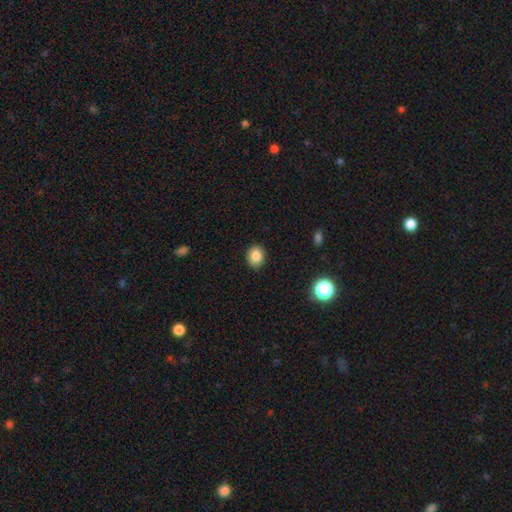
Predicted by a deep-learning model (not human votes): Overall: smooth (84%). How rounded: round (67%; in between 32%). Merging: none (90%).